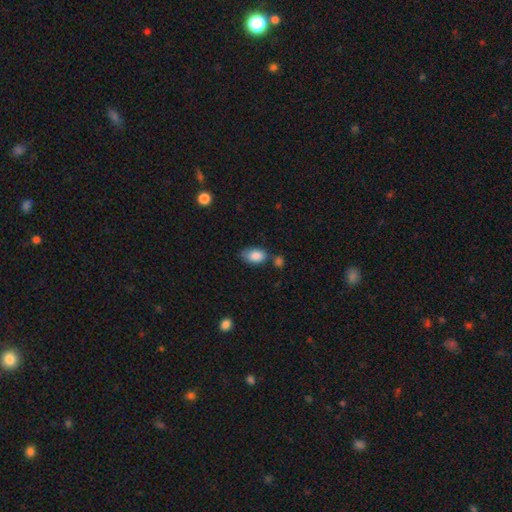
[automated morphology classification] Smooth or featured?
  - smooth: 87% *
  - star or artifact: 7%
  - featured or disk: 6%
How rounded?
  - in between: 90% *
  - round: 8%
  - cigar-shaped: 1%
Merging?
  - none: 57% *
  - minor disturbance: 26%
  - merger: 11%
  - major disturbance: 6%